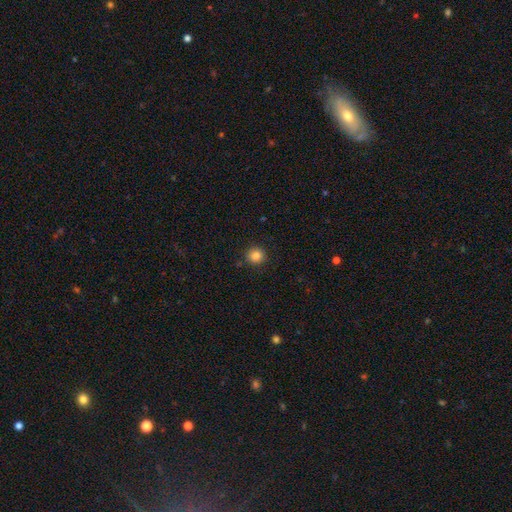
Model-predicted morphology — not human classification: This is clearly a smooth galaxy (84%). How rounded: clearly round (93%). Merging: clearly none (90%).